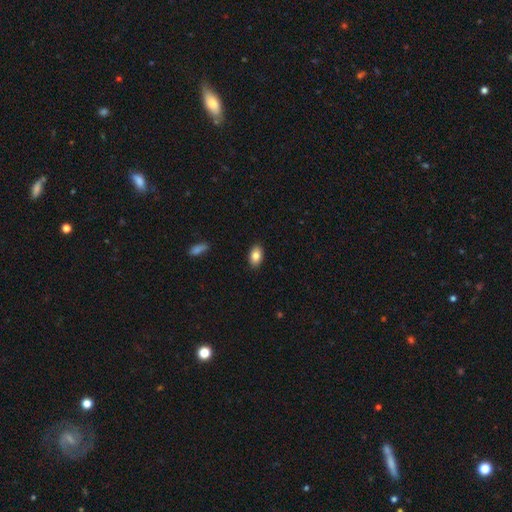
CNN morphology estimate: Smooth or featured? Predicted: smooth (p=0.84). How rounded? Predicted: in between (p=0.92). Merging? Predicted: none (p=0.89).